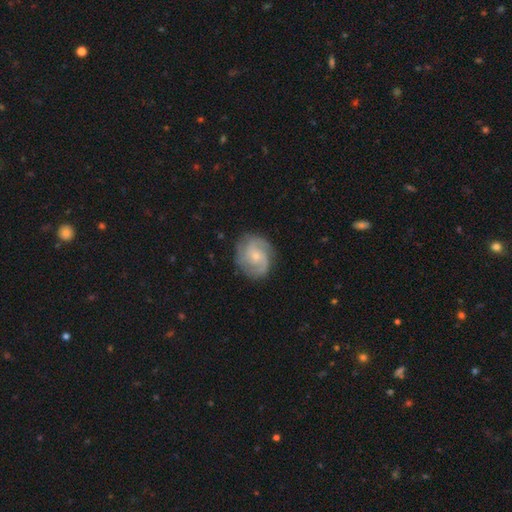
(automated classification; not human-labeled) This appears to be a featured or disk galaxy (78%) with no bar (66%), 2 (45%) medium (44%) spiral arms (95%) and a small central bulge (62%). Merging: none (77%).